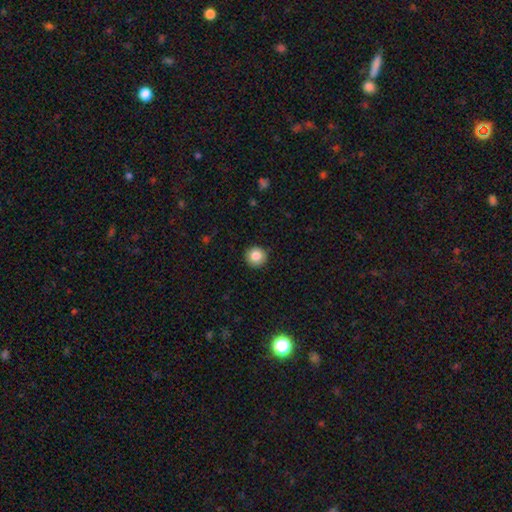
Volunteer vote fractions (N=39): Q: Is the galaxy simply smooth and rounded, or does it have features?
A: smooth — 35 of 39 (90%).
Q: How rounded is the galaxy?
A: round — 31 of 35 (89%).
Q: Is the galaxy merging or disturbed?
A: none — 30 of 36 (83%).